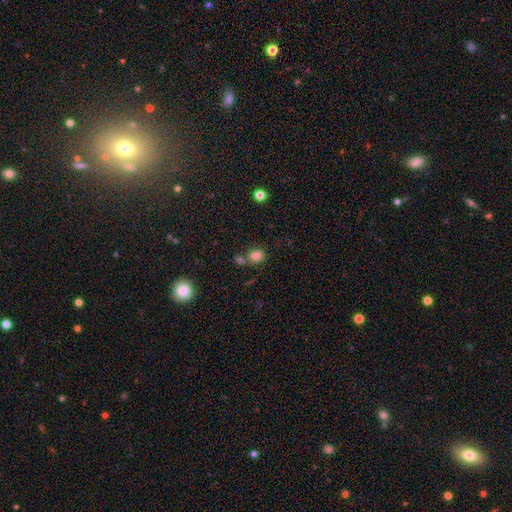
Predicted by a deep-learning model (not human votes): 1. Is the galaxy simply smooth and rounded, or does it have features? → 82% smooth, 12% star or artifact, 5% featured or disk.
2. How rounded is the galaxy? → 76% round, 23% in between, 1% cigar-shaped.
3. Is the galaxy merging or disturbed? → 66% none, 20% merger, 10% minor disturbance, 4% major disturbance.